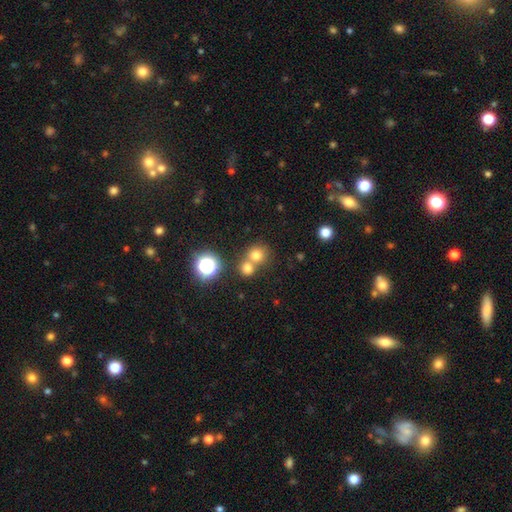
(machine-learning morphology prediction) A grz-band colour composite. It shows a smooth galaxy with no disk features (73%) that is round (88%). Merging: none (51%).